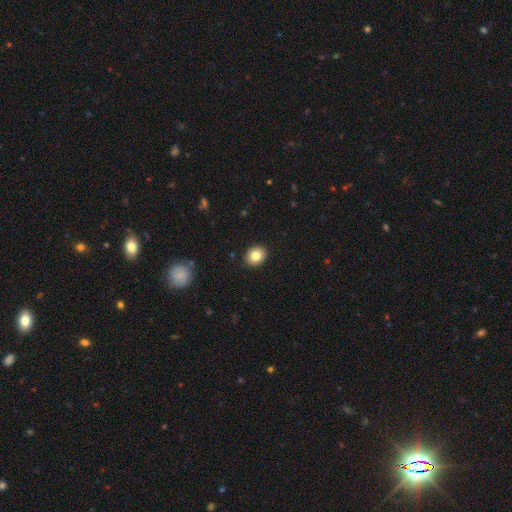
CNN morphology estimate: Smooth or featured? smooth (82%)
How rounded? round (57%)
Merging? none (90%)